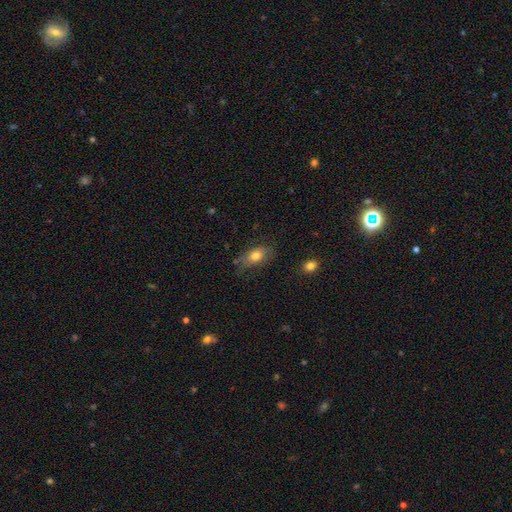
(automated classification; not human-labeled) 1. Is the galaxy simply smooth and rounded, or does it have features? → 74% smooth, 18% featured or disk, 8% star or artifact.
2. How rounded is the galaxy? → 86% in between, 10% round, 4% cigar-shaped.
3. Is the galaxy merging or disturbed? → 62% none, 27% minor disturbance, 9% major disturbance, 2% merger.